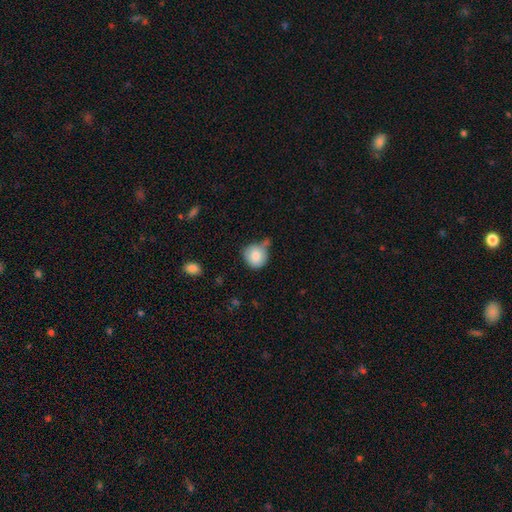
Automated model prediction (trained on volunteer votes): Overall: smooth (82%). How rounded: round (86%). Merging: none (51%; minor disturbance 29%).